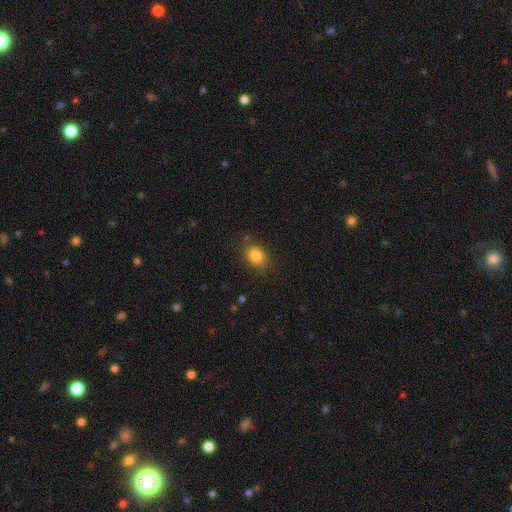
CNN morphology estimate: Smooth or featured: smooth — 82% (star or artifact — 11%)
How rounded: in between — 57% (round — 42%)
Merging: none — 81% (minor disturbance — 14%)